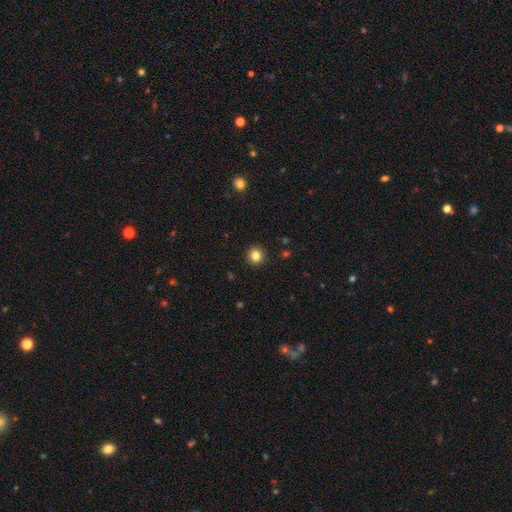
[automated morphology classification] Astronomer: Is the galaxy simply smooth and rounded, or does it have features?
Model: smooth — 83%.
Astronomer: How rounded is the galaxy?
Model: round — 93%.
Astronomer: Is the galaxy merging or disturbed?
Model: none — 93%.